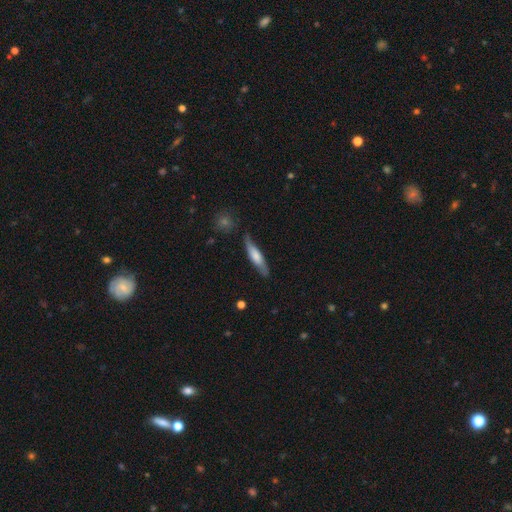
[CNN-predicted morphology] smooth_or_featured: smooth (p=0.60) [alt: featured or disk p=0.35]
how_rounded: cigar-shaped (p=0.75) [alt: in between p=0.23]
merging: none (p=0.73) [alt: minor disturbance p=0.20]